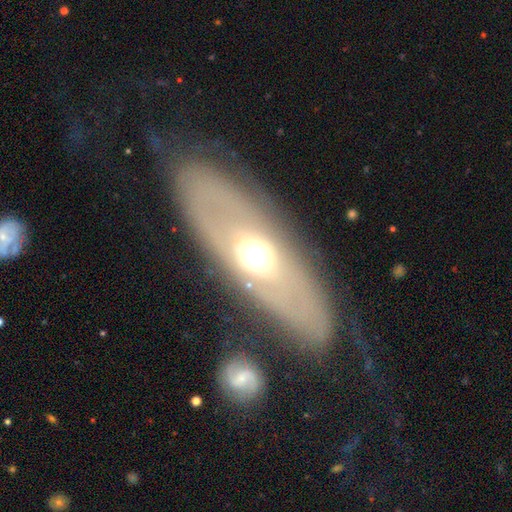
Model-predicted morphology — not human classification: Overall: featured or disk (60%; smooth 32%). Edge-on disk: no (65%; yes 35%). Merging: none (79%).